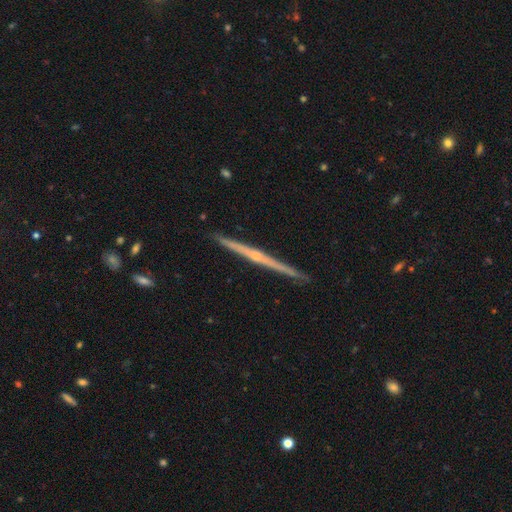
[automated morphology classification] A featured or disk galaxy (81%) viewed edge-on (99%) with a rounded central bulge (64%).

Vote fractions:
- Smooth or featured? featured or disk: 81% / smooth: 14% / star or artifact: 5%
- Edge-on disk? yes: 99% / no: 1%
- Edge-on bulge? rounded: 64% / none: 30% / boxy: 6%
- Merging? none: 92% / minor disturbance: 6% / merger: 1% / major disturbance: 1%